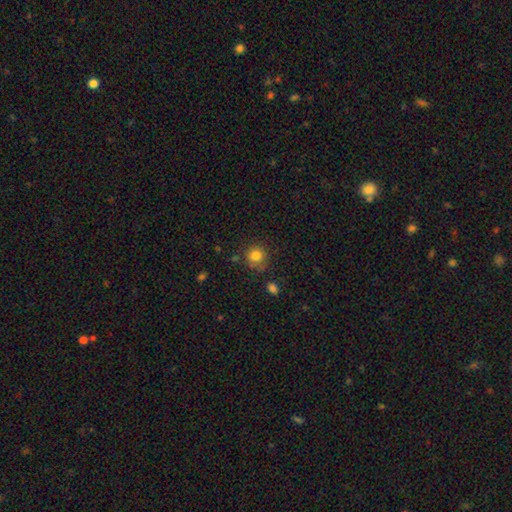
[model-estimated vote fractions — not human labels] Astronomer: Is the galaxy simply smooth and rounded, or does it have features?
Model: smooth — 82%.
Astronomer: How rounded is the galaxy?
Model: round — 90%.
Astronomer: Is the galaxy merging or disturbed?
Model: none — 76%.